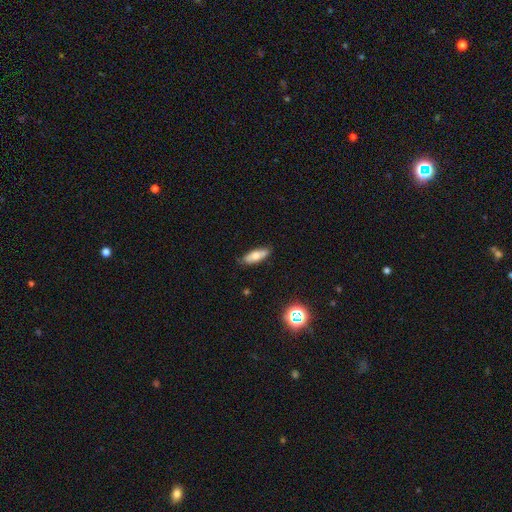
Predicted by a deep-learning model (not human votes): smooth 68%, featured or disk 24%, star or artifact 8%. Down the decision tree: how rounded — in between (62%); merging — none (80%).